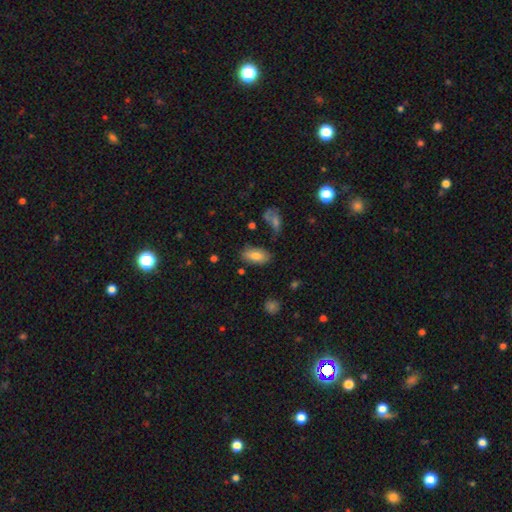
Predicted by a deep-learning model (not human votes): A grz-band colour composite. It shows a smooth galaxy with no disk features (80%) that is in between round and cigar-shaped (92%). Merging: none (73%).